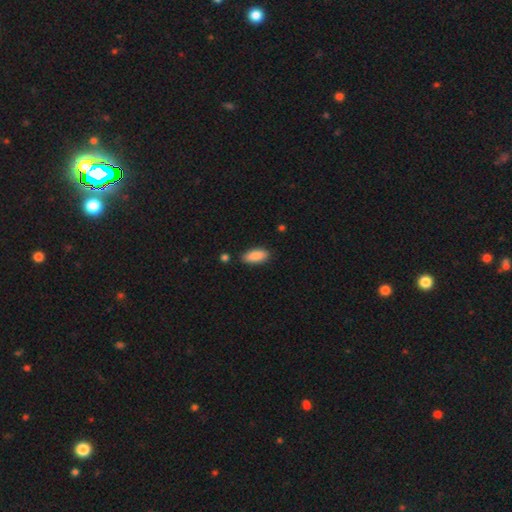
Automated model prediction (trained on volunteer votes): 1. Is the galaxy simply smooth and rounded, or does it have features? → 89% smooth, 6% star or artifact, 5% featured or disk.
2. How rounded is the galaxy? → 83% in between, 15% cigar-shaped, 2% round.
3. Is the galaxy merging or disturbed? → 84% none, 11% minor disturbance, 2% merger, 2% major disturbance.